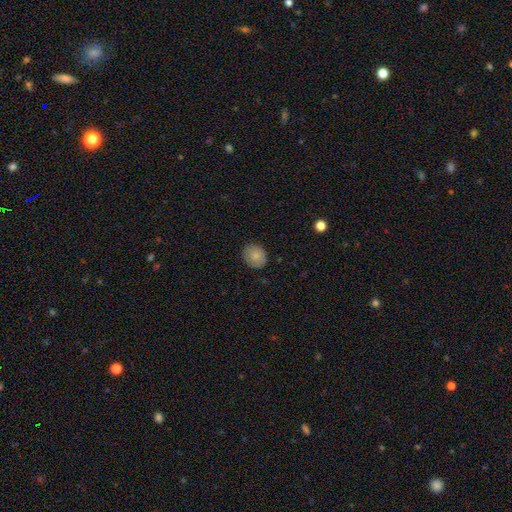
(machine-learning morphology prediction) A smooth galaxy with no disk features (82%) that is round (70%).

Vote fractions:
- Smooth or featured? smooth: 82% / featured or disk: 10% / star or artifact: 8%
- How rounded? round: 70% / in between: 29% / cigar-shaped: 1%
- Merging? none: 86% / minor disturbance: 11% / major disturbance: 2% / merger: 1%